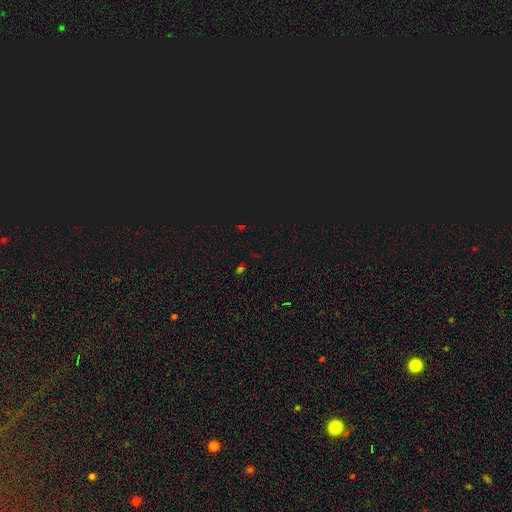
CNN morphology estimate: A star or artifact, not a galaxy (66%).